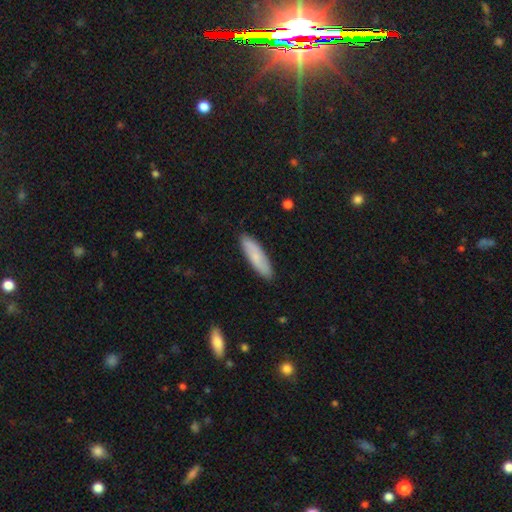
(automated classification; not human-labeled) Smooth or featured?
  - smooth: 76% *
  - featured or disk: 19%
  - star or artifact: 6%
How rounded?
  - cigar-shaped: 63% *
  - in between: 36%
  - round: 2%
Merging?
  - none: 88% *
  - minor disturbance: 9%
  - major disturbance: 2%
  - merger: 1%